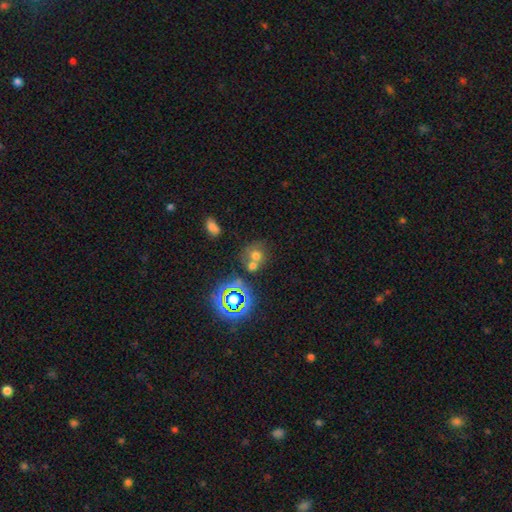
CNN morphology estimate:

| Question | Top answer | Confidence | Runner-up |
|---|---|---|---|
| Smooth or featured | smooth | 57% | star or artifact (26%) |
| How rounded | round | 74% | in between (25%) |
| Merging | merger | 47% | none (39%) |